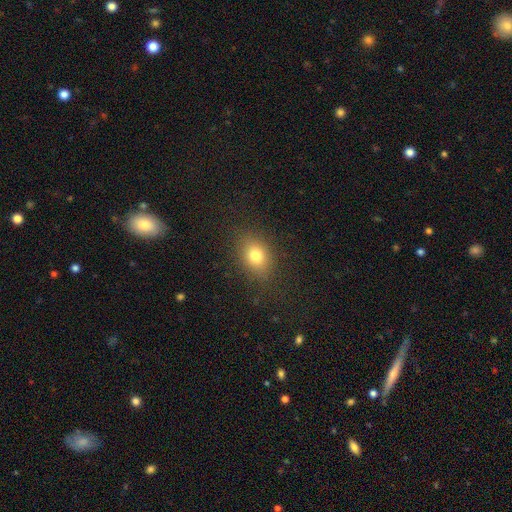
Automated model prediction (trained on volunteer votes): Smooth or featured?
  - smooth: 78% *
  - star or artifact: 12%
  - featured or disk: 10%
How rounded?
  - in between: 64% *
  - round: 34%
  - cigar-shaped: 2%
Merging?
  - none: 84% *
  - minor disturbance: 11%
  - major disturbance: 4%
  - merger: 1%